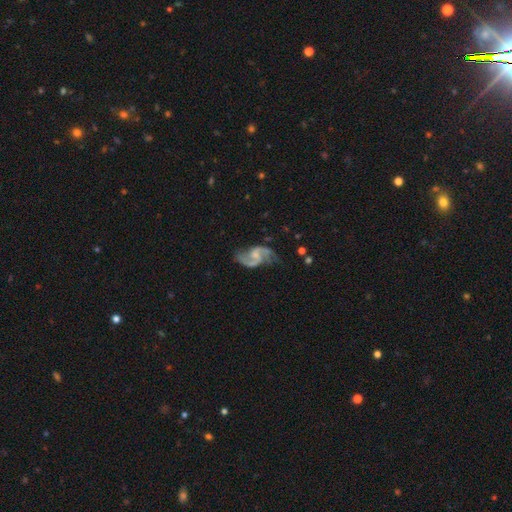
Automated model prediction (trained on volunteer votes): Q: Smooth or featured?
A: featured or disk (89%); runner-up: smooth (6%)
Q: Edge-on disk?
A: no (98%); runner-up: yes (2%)
Q: Bar?
A: weak (51%); runner-up: no (36%)
Q: Spiral arms?
A: yes (97%); runner-up: no (3%)
Q: Spiral winding?
A: loose (52%); runner-up: medium (40%)
Q: Spiral arm count?
A: 2 (93%); runner-up: can't tell (2%)
Q: Bulge size?
A: small (39%); runner-up: none (33%)
Q: Merging?
A: none (64%); runner-up: minor disturbance (20%)